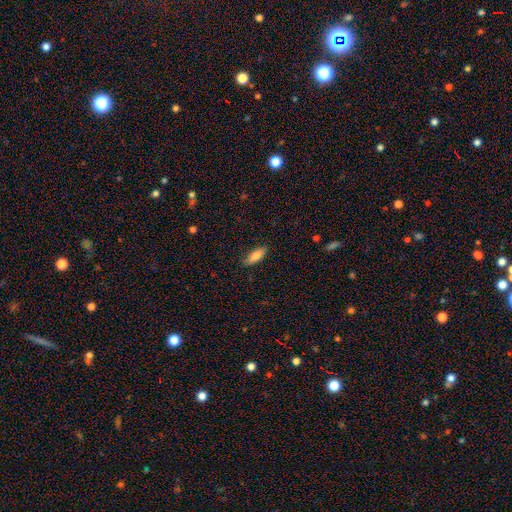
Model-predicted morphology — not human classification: Q: Smooth or featured?
A: smooth (83%); runner-up: featured or disk (10%)
Q: How rounded?
A: in between (71%); runner-up: cigar-shaped (27%)
Q: Merging?
A: none (84%); runner-up: minor disturbance (12%)